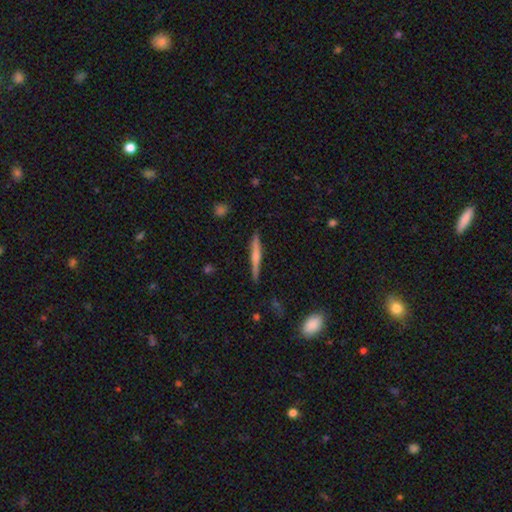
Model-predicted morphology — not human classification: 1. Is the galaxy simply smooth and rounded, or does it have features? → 52% featured or disk, 42% smooth, 7% star or artifact.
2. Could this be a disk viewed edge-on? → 97% yes, 3% no.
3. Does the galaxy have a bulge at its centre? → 54% rounded, 31% none, 15% boxy.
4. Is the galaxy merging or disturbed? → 89% none, 8% minor disturbance, 2% major disturbance, 1% merger.